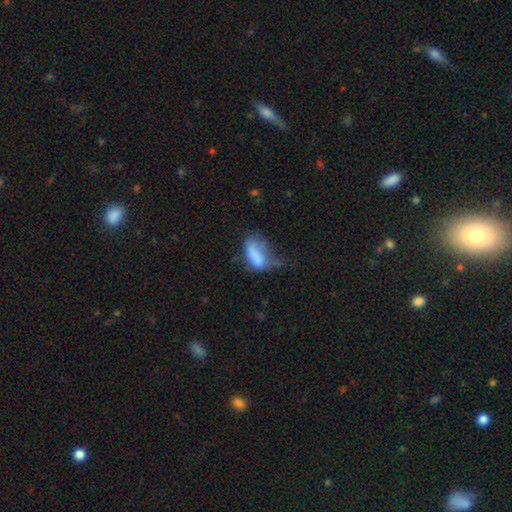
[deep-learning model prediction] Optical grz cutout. It shows a smooth galaxy with no disk features (68%) that is in between round and cigar-shaped (88%). Merging: major disturbance (47%).